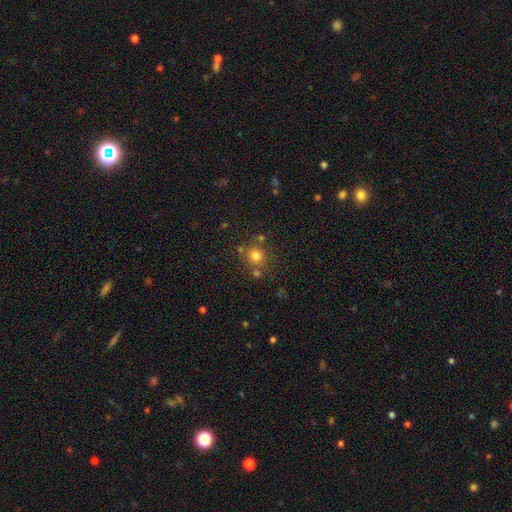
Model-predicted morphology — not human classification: smooth-or-featured: smooth: 77% | star or artifact: 16% | featured or disk: 8%
  how-rounded: round: 90% | in between: 9% | cigar-shaped: 1%
  merging: none: 74% | merger: 13% | minor disturbance: 10% | major disturbance: 4%